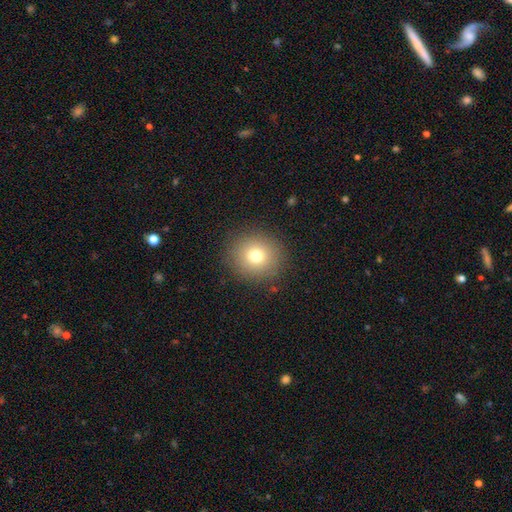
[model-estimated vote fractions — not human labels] Smooth or featured: smooth — 75% (star or artifact — 14%)
How rounded: round — 92% (in between — 7%)
Merging: none — 89% (minor disturbance — 7%)